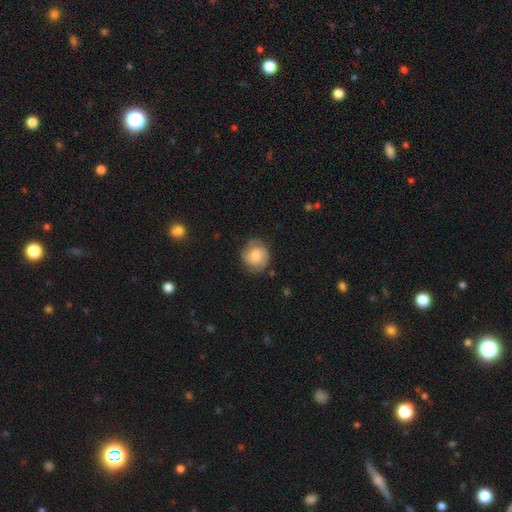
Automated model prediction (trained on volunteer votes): Q: Smooth or featured?
A: featured or disk (50%); runner-up: smooth (42%)
Q: Edge-on disk?
A: no (98%); runner-up: yes (2%)
Q: Merging?
A: none (76%); runner-up: minor disturbance (17%)